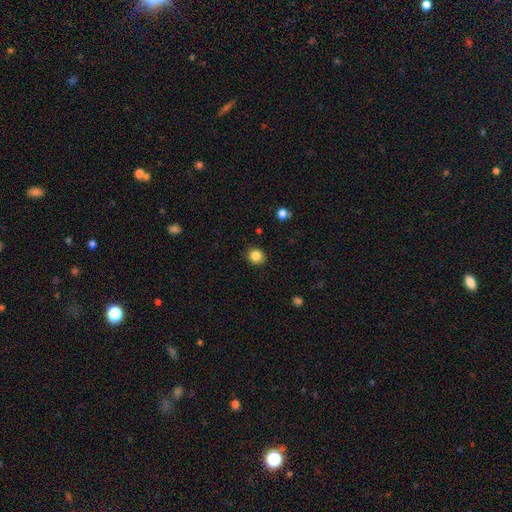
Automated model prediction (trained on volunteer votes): Q: Smooth or featured?
A: smooth (84%); runner-up: star or artifact (11%)
Q: How rounded?
A: round (82%); runner-up: in between (17%)
Q: Merging?
A: none (90%); runner-up: minor disturbance (7%)